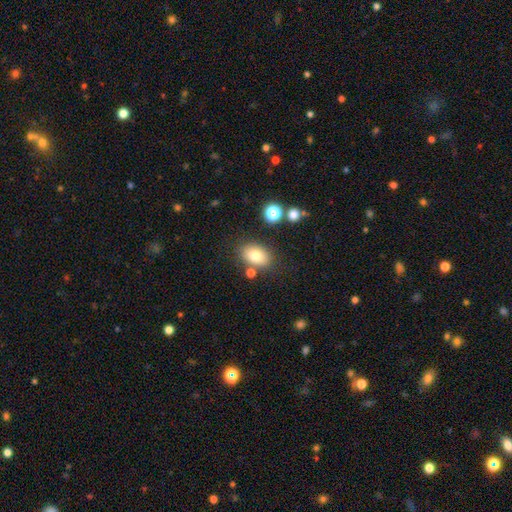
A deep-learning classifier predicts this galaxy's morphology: type=smooth (79%); roundness=in between (80%); merging=none (77%).